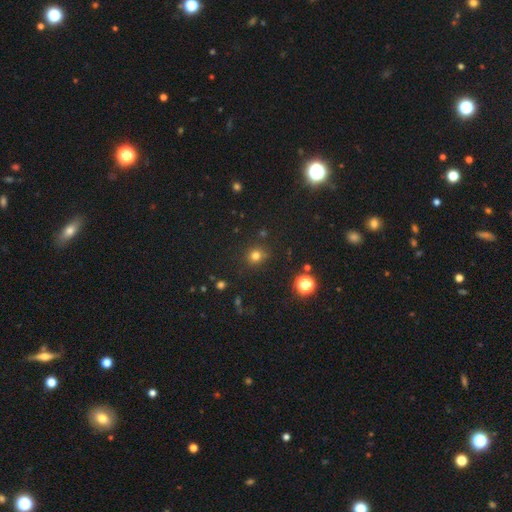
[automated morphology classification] type=smooth (75%); roundness=round (86%); merging=none (85%).